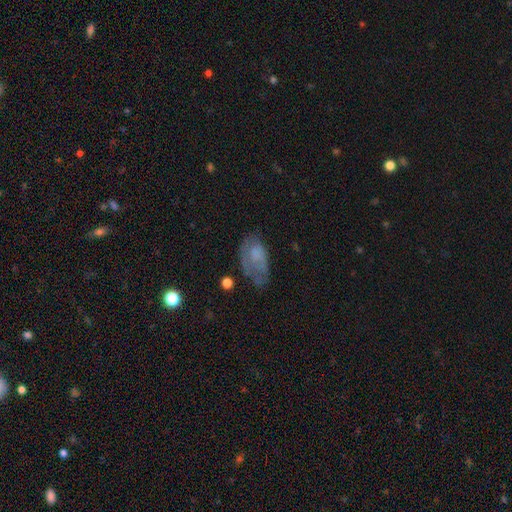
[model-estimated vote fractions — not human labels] This appears to be a smooth galaxy with no disk features (50%) that is in between round and cigar-shaped (90%). Merging: none (41%).